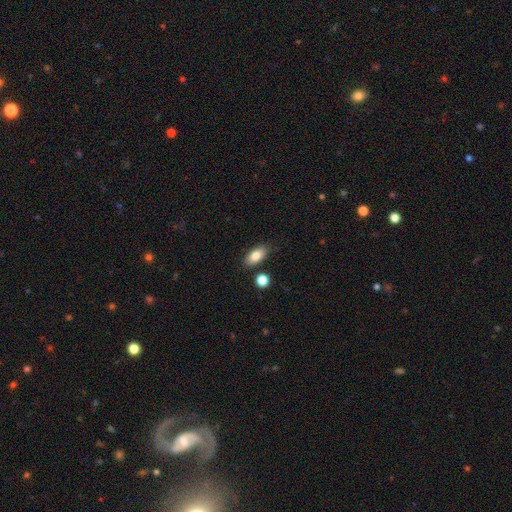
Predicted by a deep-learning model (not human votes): Smooth or featured? Predicted: smooth (p=0.81). How rounded? Predicted: in between (p=0.87). Merging? Predicted: none (p=0.83).